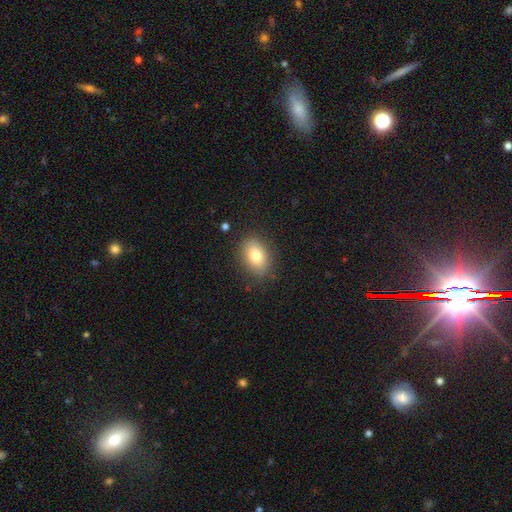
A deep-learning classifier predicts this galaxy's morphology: The model was most divided on "how rounded": in between: 81%, round: 17%, cigar-shaped: 1%. More confident: merging — none (83%); smooth or featured — smooth (81%).